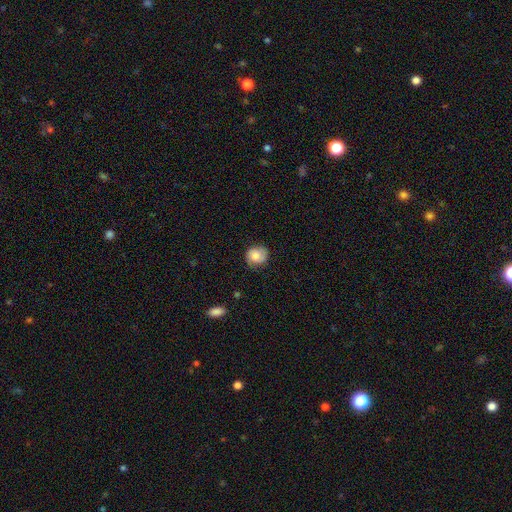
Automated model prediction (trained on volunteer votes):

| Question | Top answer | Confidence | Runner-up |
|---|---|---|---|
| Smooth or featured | smooth | 72% | featured or disk (20%) |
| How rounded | round | 82% | in between (18%) |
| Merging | none | 72% | minor disturbance (22%) |